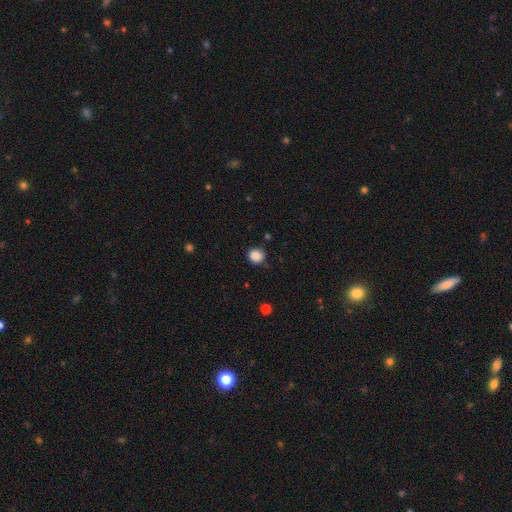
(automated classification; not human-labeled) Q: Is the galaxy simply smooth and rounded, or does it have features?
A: smooth — 87%.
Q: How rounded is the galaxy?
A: round — 92%.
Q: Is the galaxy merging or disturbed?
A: none — 84%.